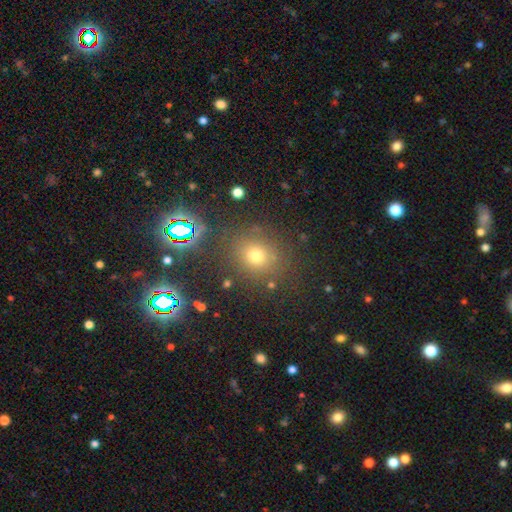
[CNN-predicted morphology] type=smooth (62%); roundness=round (79%); merging=none (81%).